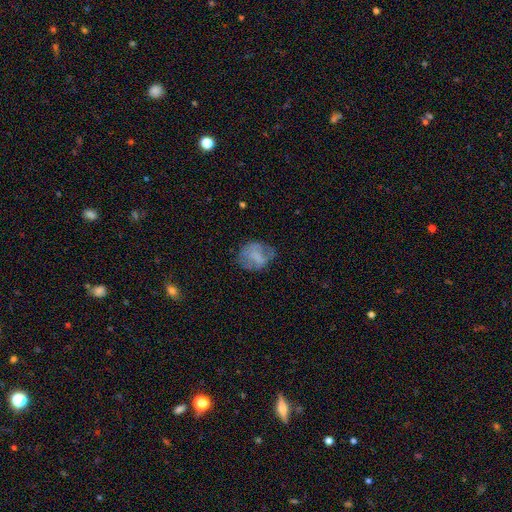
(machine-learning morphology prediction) Smooth or featured: smooth — 60% (featured or disk — 30%)
How rounded: round — 54% (in between — 45%)
Merging: none — 56% (minor disturbance — 26%)